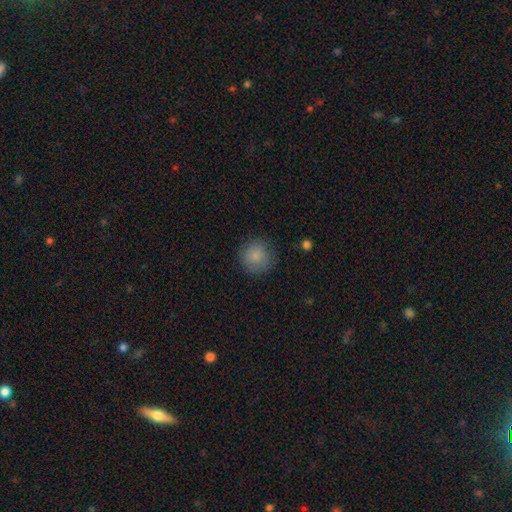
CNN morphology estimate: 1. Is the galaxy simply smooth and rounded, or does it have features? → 85% smooth, 9% star or artifact, 6% featured or disk.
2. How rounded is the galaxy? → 93% round, 6% in between, 1% cigar-shaped.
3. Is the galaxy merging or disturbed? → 83% none, 12% minor disturbance, 4% major disturbance, 1% merger.